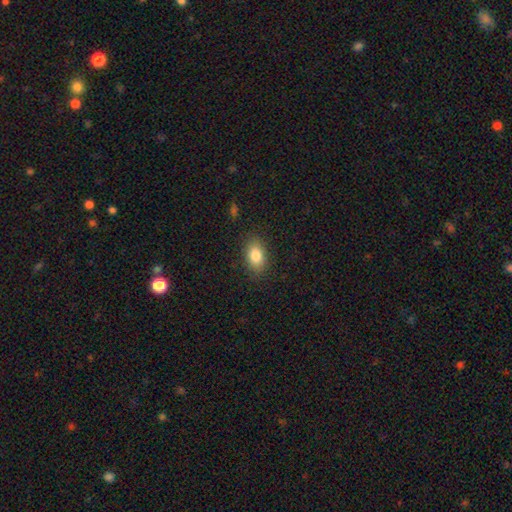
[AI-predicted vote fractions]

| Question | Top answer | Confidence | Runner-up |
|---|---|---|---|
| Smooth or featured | smooth | 83% | featured or disk (9%) |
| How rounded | in between | 88% | round (9%) |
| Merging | none | 86% | minor disturbance (10%) |